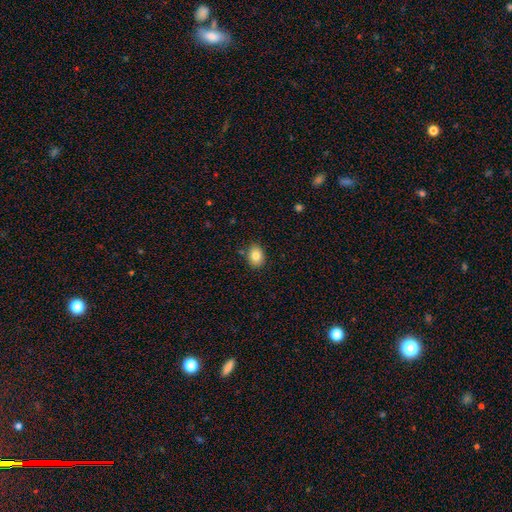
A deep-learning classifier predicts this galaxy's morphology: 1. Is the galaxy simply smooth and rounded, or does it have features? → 84% smooth, 9% star or artifact, 7% featured or disk.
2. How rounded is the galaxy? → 63% in between, 36% round, 1% cigar-shaped.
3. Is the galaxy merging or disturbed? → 85% none, 11% minor disturbance, 2% major disturbance, 2% merger.